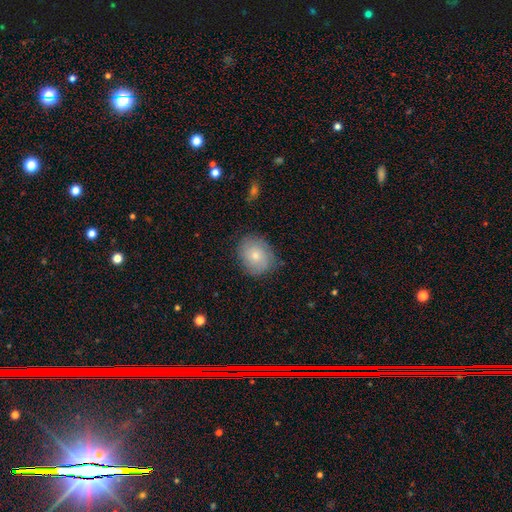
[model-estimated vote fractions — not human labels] The model was most divided on "how rounded": round: 58%, in between: 41%, cigar-shaped: 1%. More confident: merging — none (74%); smooth or featured — smooth (61%).